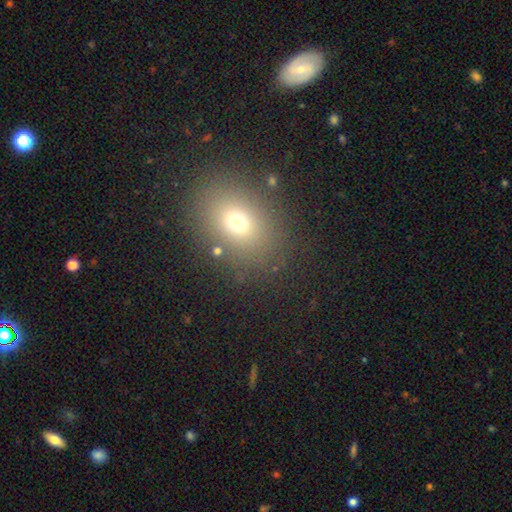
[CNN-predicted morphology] smooth_or_featured: smooth (p=0.67) [alt: star or artifact p=0.21]
how_rounded: in between (p=0.60) [alt: round p=0.39]
merging: none (p=0.86) [alt: minor disturbance p=0.08]